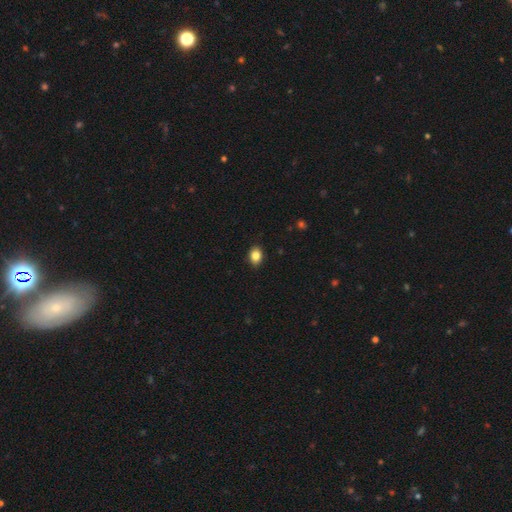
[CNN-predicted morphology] A smooth galaxy with no disk features (85%) that is in between round and cigar-shaped (67%).

Vote fractions:
- Smooth or featured? smooth: 85% / star or artifact: 9% / featured or disk: 6%
- How rounded? in between: 67% / round: 31% / cigar-shaped: 1%
- Merging? none: 89% / minor disturbance: 8% / major disturbance: 2% / merger: 1%